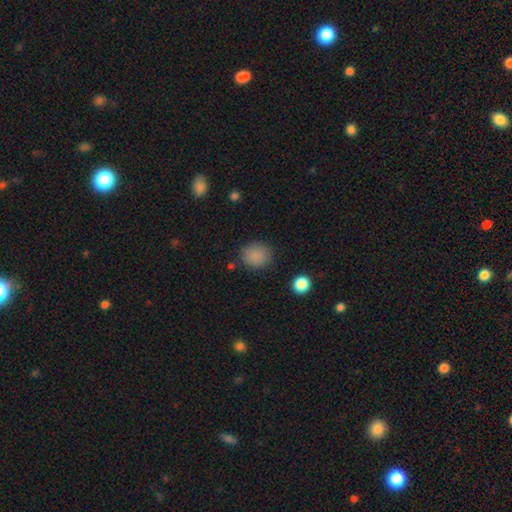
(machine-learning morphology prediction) smooth 86%, star or artifact 10%, featured or disk 4%. Down the decision tree: how rounded — round (76%); merging — none (84%).